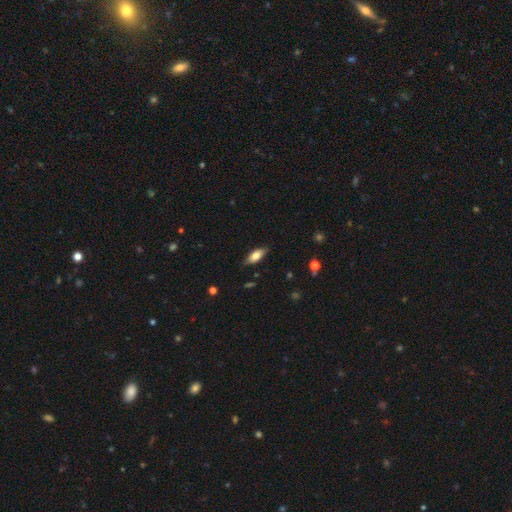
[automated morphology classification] The model was most divided on "smooth or featured": smooth: 74%, featured or disk: 19%, star or artifact: 7%. More confident: merging — none (83%); how rounded — in between (79%).